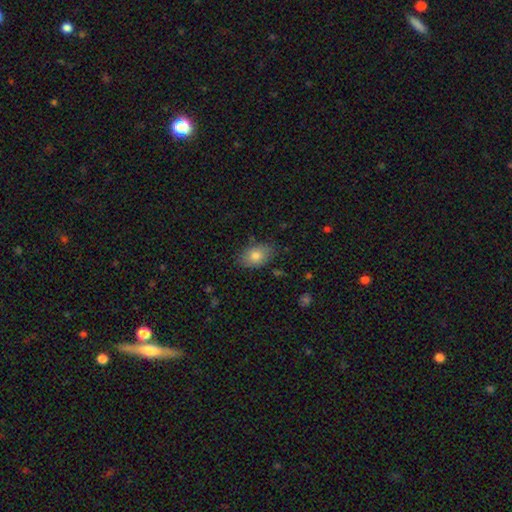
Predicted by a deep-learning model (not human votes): This is clearly a smooth galaxy (80%). How rounded: clearly in between (86%). Merging: likely none (79%).